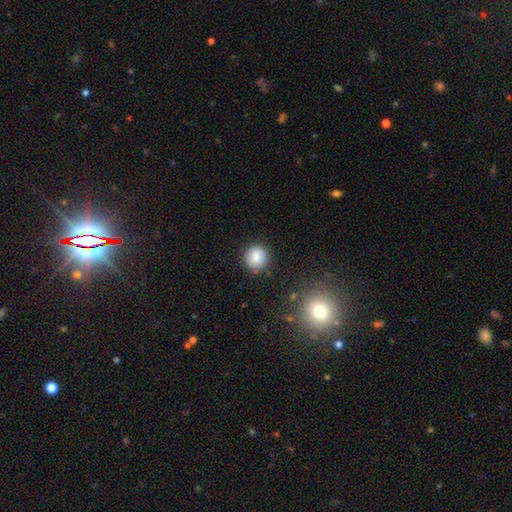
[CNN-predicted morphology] Smooth or featured? smooth (85%)
How rounded? round (92%)
Merging? none (87%)